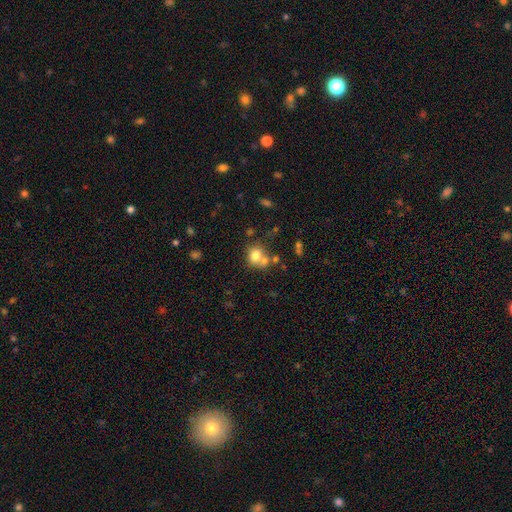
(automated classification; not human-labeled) Smooth or featured?
  - smooth: 76% *
  - featured or disk: 13%
  - star or artifact: 12%
How rounded?
  - round: 73% *
  - in between: 26%
  - cigar-shaped: 1%
Merging?
  - none: 44% *
  - merger: 36%
  - minor disturbance: 13%
  - major disturbance: 6%